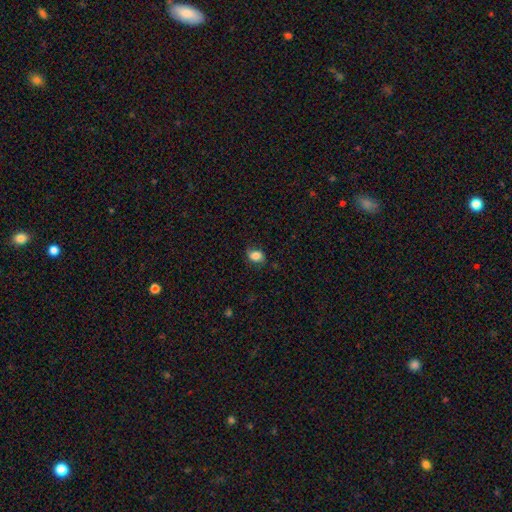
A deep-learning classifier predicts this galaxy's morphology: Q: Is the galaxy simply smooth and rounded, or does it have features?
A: smooth — 79%.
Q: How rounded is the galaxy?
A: in between — 68%.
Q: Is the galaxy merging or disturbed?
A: none — 68%.